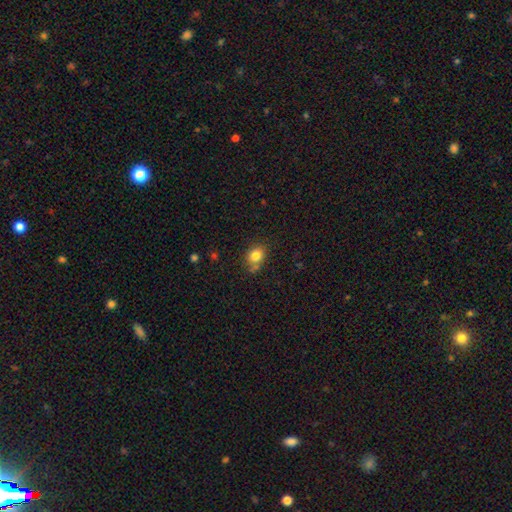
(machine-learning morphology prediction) Overall: smooth (82%). How rounded: round (54%; in between 45%). Merging: none (69%).